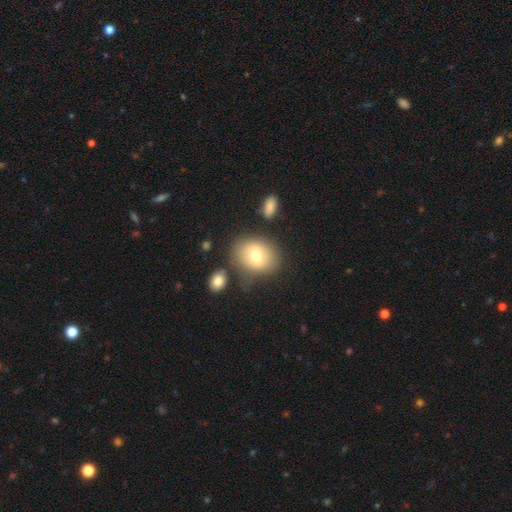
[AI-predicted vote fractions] Smooth or featured?
  - smooth: 71% *
  - featured or disk: 21%
  - star or artifact: 9%
How rounded?
  - in between: 59% *
  - round: 40%
  - cigar-shaped: 1%
Merging?
  - none: 69% *
  - minor disturbance: 16%
  - merger: 8%
  - major disturbance: 6%